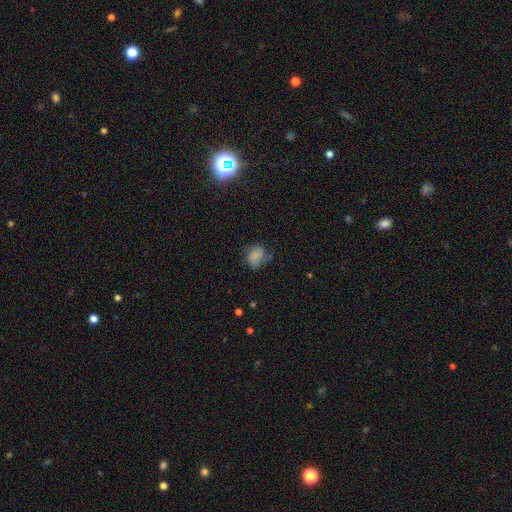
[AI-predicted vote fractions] smooth 62%, featured or disk 26%, star or artifact 11%. Down the decision tree: how rounded — round (56%); merging — none (51%).